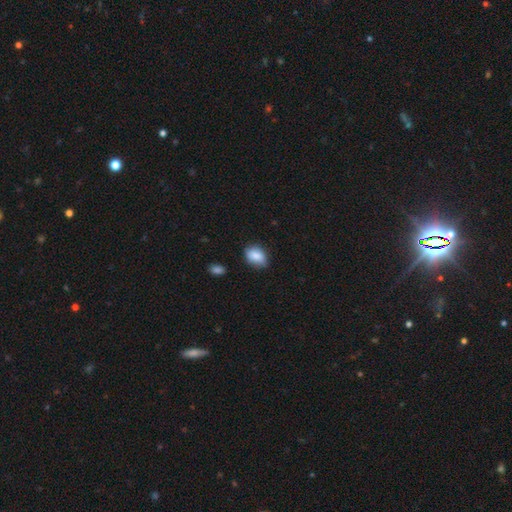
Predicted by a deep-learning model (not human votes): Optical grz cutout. It shows a smooth galaxy with no disk features (86%) that is in between round and cigar-shaped (72%). Merging: none (68%).